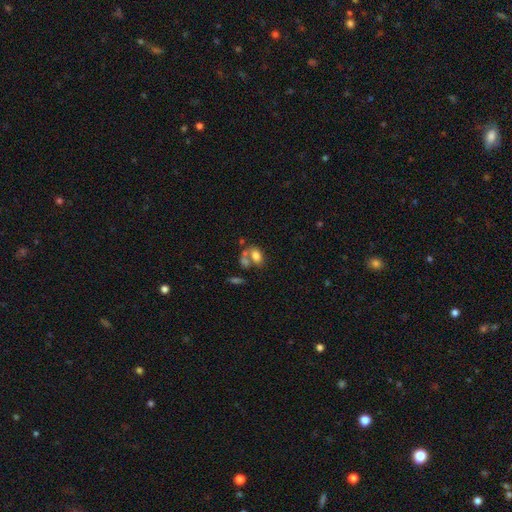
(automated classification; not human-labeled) Smooth or featured? smooth (71%)
How rounded? in between (81%)
Merging? merger (44%)